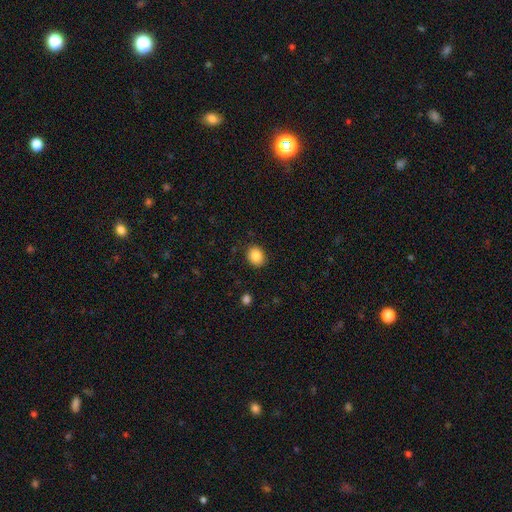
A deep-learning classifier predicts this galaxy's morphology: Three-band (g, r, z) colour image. It shows a smooth galaxy with no disk features (87%) that is round (65%). Merging: none (89%).